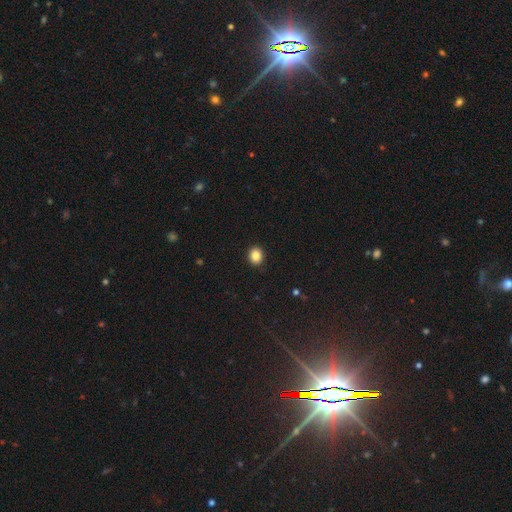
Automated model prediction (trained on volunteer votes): This is clearly a smooth galaxy (85%). How rounded: likely round (73%). Merging: clearly none (91%).